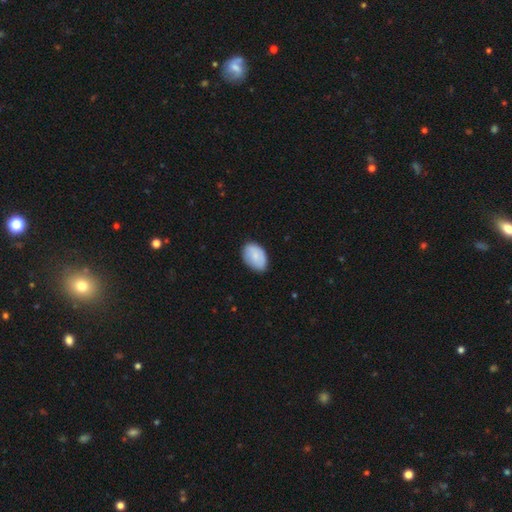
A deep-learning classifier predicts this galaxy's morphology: Smooth or featured: smooth — 79% (featured or disk — 15%)
How rounded: in between — 87% (round — 12%)
Merging: none — 74% (minor disturbance — 22%)